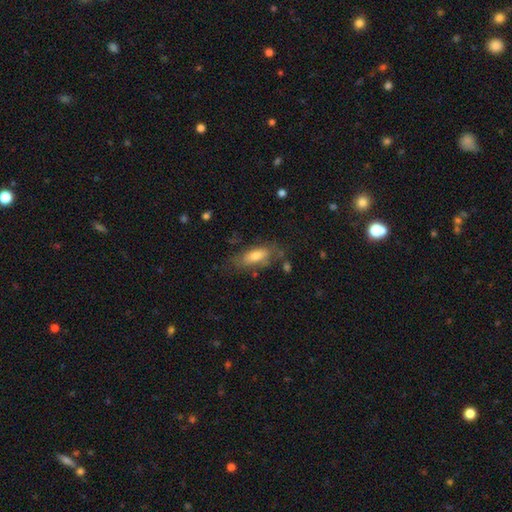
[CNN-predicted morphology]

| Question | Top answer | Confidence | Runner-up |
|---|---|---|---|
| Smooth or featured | smooth | 67% | featured or disk (26%) |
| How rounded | in between | 75% | cigar-shaped (23%) |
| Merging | none | 62% | minor disturbance (24%) |